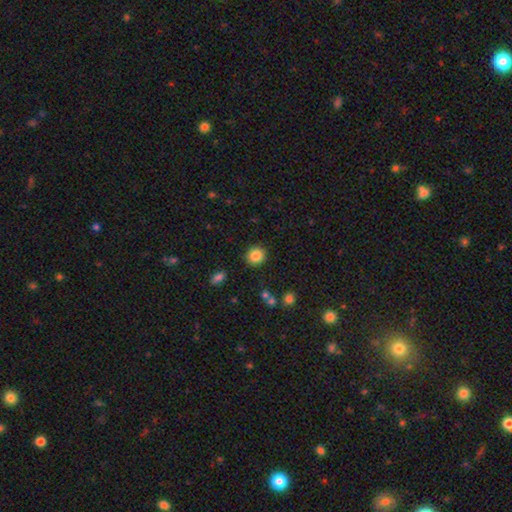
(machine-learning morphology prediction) smooth-or-featured: smooth: 86% | star or artifact: 10% | featured or disk: 4%
  how-rounded: round: 88% | in between: 11% | cigar-shaped: 1%
  merging: none: 89% | minor disturbance: 6% | major disturbance: 2% | merger: 2%